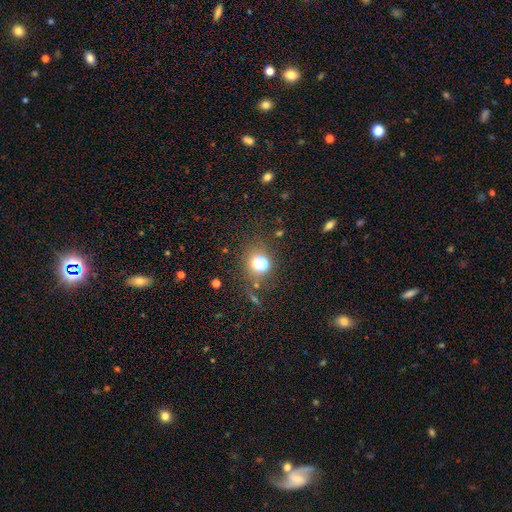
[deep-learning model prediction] This appears to be a smooth galaxy with no disk features (56%) that is round (85%). Merging: none (81%).